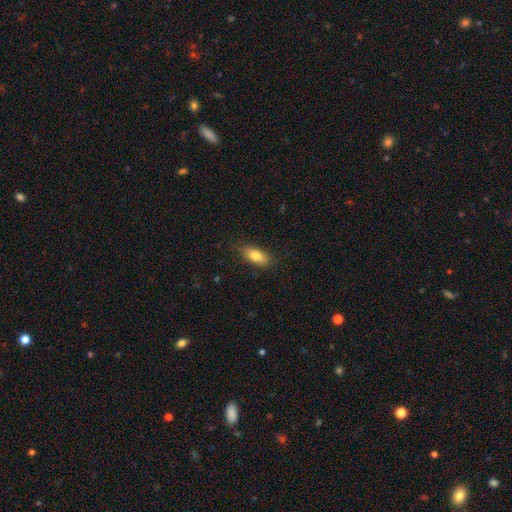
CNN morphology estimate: smooth-or-featured: smooth: 81% | featured or disk: 12% | star or artifact: 7%
  how-rounded: in between: 81% | cigar-shaped: 16% | round: 3%
  merging: none: 84% | minor disturbance: 12% | major disturbance: 3% | merger: 1%